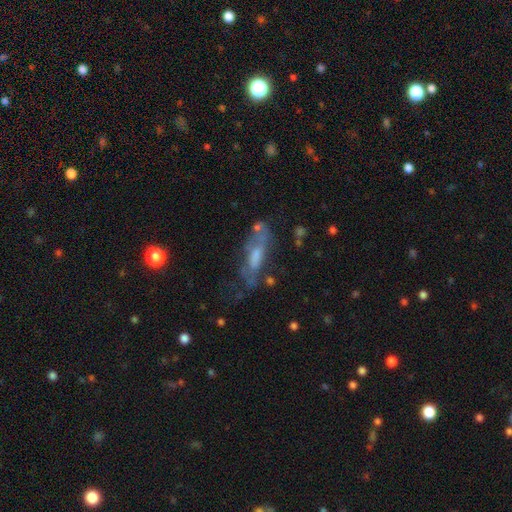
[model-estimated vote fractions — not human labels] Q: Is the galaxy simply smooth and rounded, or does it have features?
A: featured or disk — 56%.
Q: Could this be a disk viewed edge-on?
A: no — 68%.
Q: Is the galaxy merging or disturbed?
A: none — 49%.